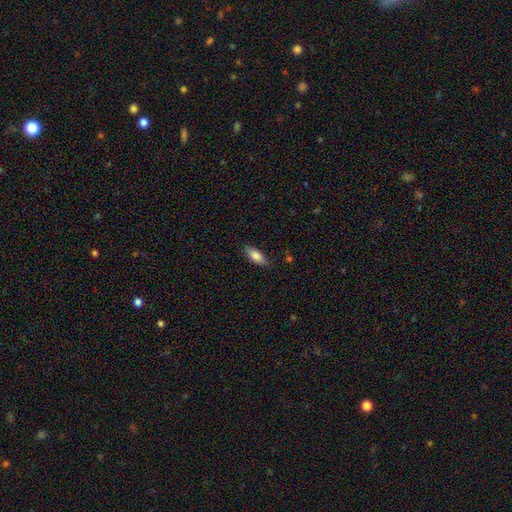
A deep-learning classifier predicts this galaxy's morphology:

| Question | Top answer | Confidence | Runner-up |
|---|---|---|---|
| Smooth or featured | smooth | 81% | featured or disk (12%) |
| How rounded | in between | 79% | cigar-shaped (19%) |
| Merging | none | 81% | minor disturbance (15%) |